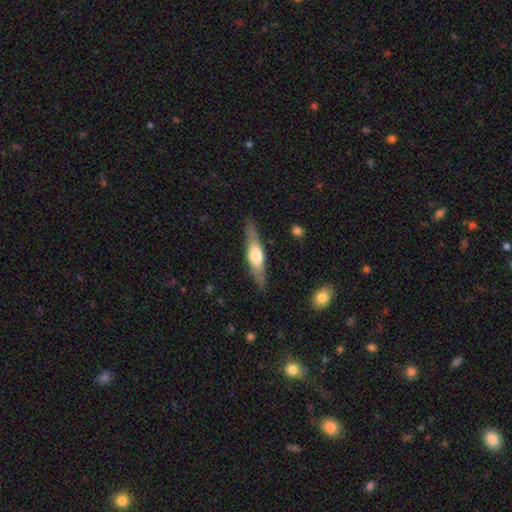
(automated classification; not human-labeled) smooth-or-featured: featured or disk: 58% | smooth: 37% | star or artifact: 5%
  disk-edge-on: yes: 93% | no: 7%
    edge-on-bulge: rounded: 90% | boxy: 7% | none: 3%
  merging: none: 85% | minor disturbance: 11% | major disturbance: 3% | merger: 1%